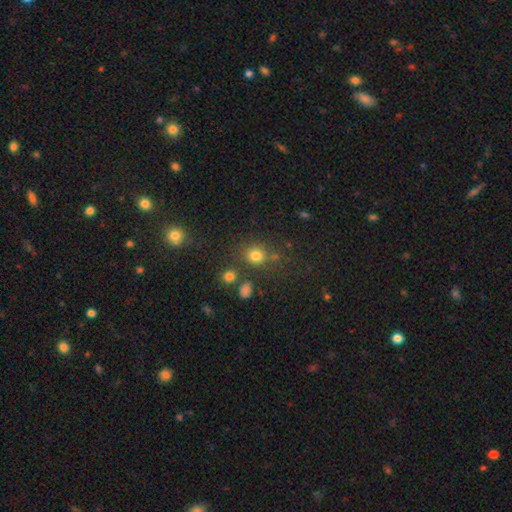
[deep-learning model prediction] Smooth or featured? Predicted: smooth (p=0.76). How rounded? Predicted: round (p=0.79). Merging? Predicted: none (p=0.72).